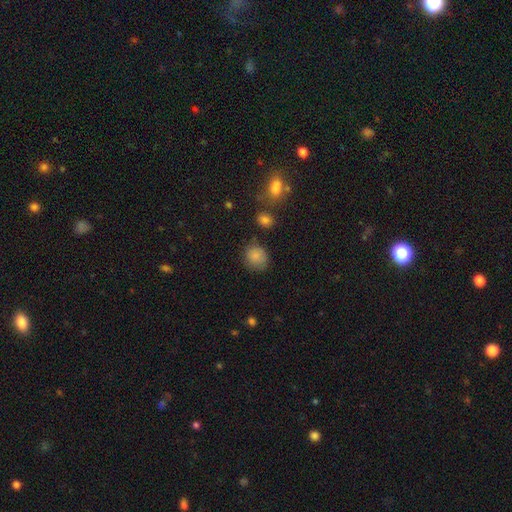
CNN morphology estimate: Overall: smooth (84%). How rounded: round (73%). Merging: none (74%).